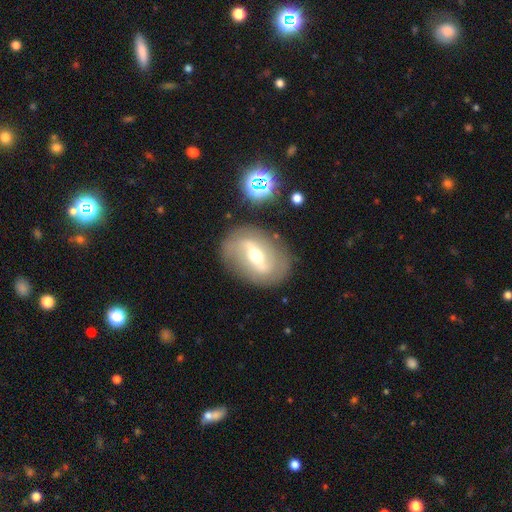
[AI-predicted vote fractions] Smooth or featured? featured or disk (74%)
Edge-on disk? no (86%)
Bar? strong (62%)
Spiral arms? yes (57%)
Bulge size? moderate (68%)
Merging? none (79%)